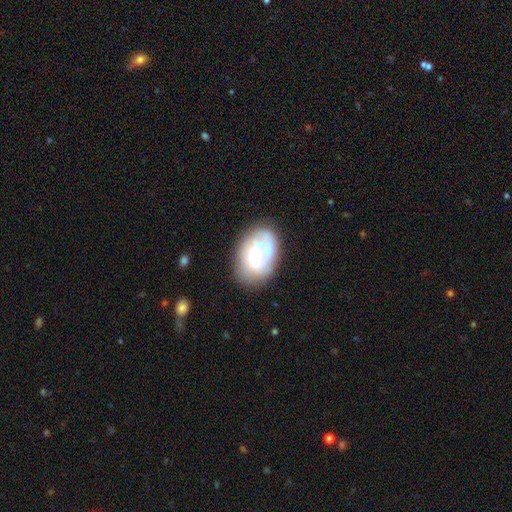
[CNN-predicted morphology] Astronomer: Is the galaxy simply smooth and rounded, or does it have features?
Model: featured or disk — 53% (runner-up: smooth, 39%).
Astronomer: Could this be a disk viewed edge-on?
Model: no — 95%.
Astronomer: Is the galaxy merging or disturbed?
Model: none — 60%.